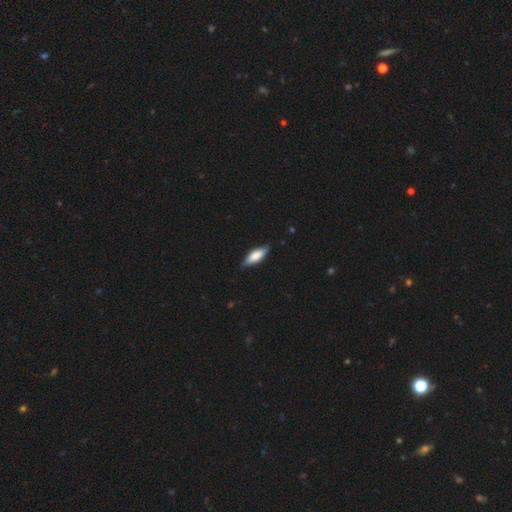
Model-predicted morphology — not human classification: The model was most divided on "how rounded": in between: 61%, cigar-shaped: 37%, round: 2%. More confident: merging — none (82%); smooth or featured — smooth (71%).